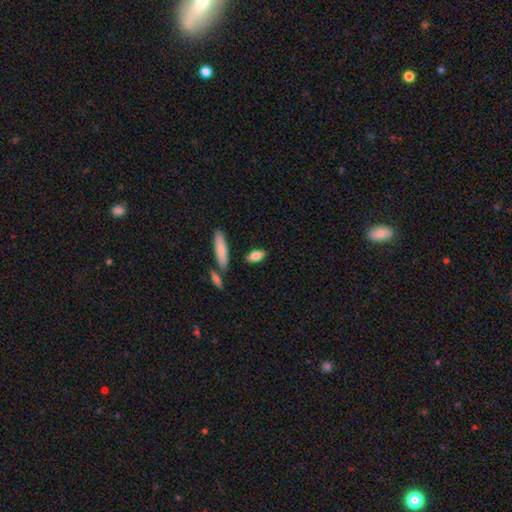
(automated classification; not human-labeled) This appears to be a smooth galaxy with no disk features (82%) that is in between round and cigar-shaped (79%). Merging: none (81%).